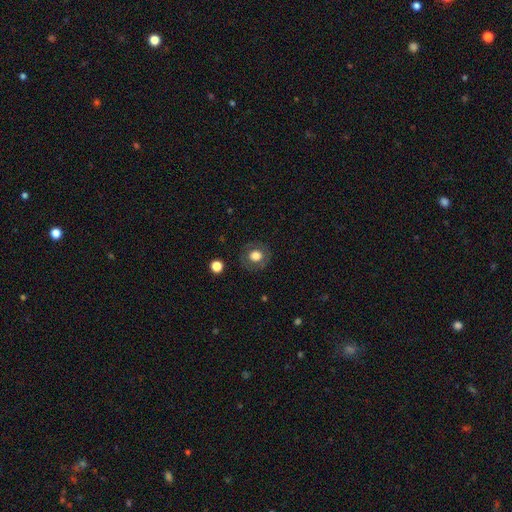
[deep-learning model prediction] This is likely a smooth galaxy (68%). How rounded: clearly round (82%). Merging: clearly none (82%).